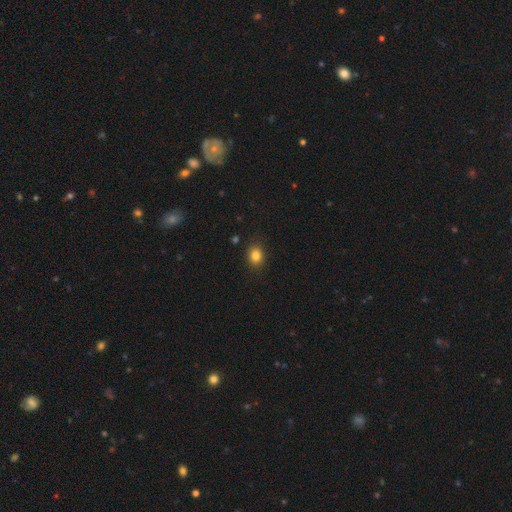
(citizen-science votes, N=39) Volunteers were most divided on "how rounded": in between: 62%, round: 38%, cigar-shaped: 0%. More confident: merging — none (82%); smooth or featured — smooth (82%).